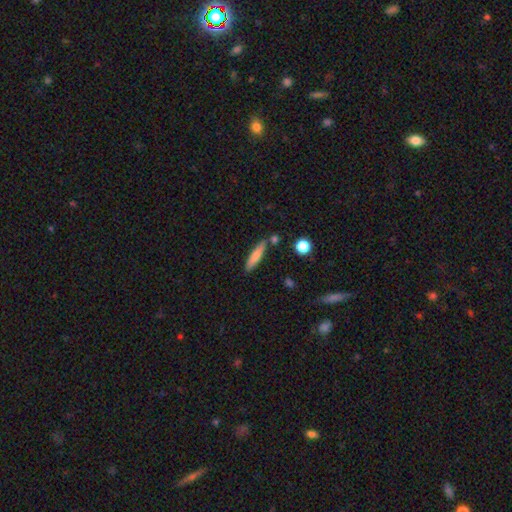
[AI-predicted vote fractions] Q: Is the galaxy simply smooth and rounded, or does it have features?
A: smooth — 71%.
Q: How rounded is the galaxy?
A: cigar-shaped — 80%.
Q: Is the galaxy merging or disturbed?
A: none — 79%.